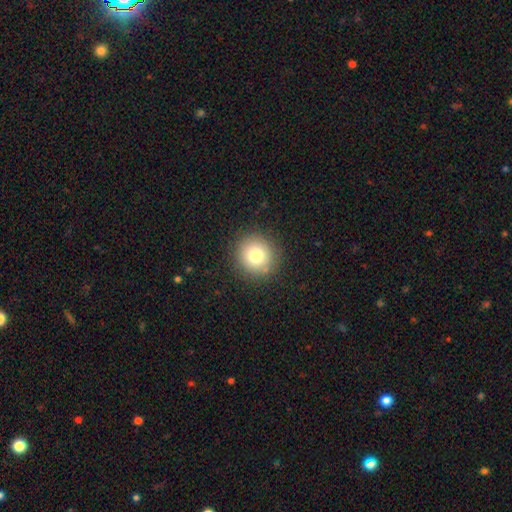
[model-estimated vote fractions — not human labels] Q: Smooth or featured?
A: smooth (78%); runner-up: star or artifact (12%)
Q: How rounded?
A: round (93%); runner-up: in between (6%)
Q: Merging?
A: none (89%); runner-up: minor disturbance (7%)